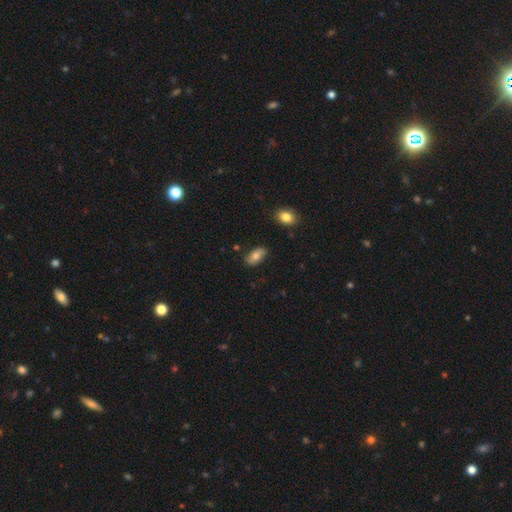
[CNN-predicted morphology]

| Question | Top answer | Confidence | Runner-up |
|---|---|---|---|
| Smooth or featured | smooth | 74% | featured or disk (19%) |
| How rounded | in between | 90% | cigar-shaped (6%) |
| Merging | none | 82% | minor disturbance (13%) |